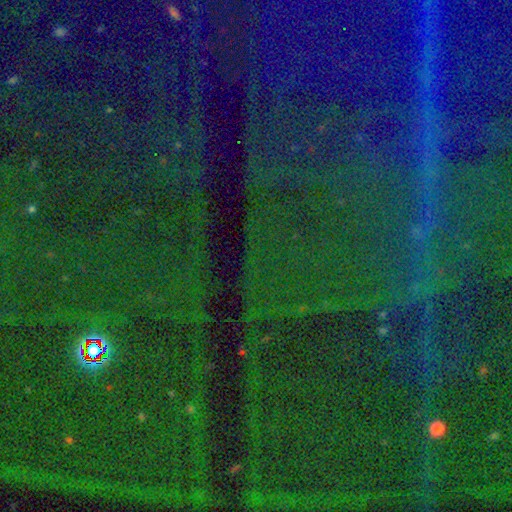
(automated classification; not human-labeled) The model was most divided on "smooth or featured": star or artifact: 86%, smooth: 8%, featured or disk: 6%.